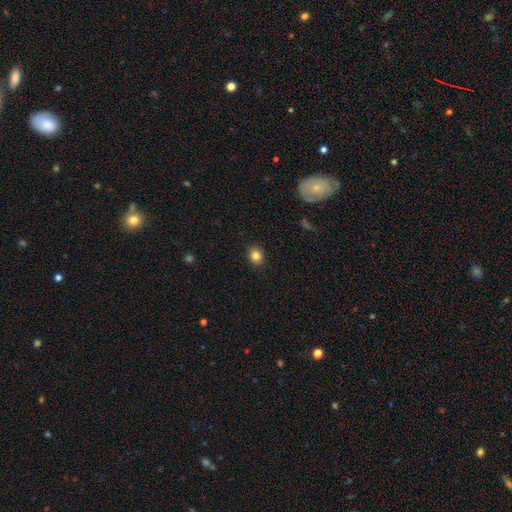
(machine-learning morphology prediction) smooth 84%, star or artifact 11%, featured or disk 6%. Down the decision tree: how rounded — round (63%); merging — none (89%).